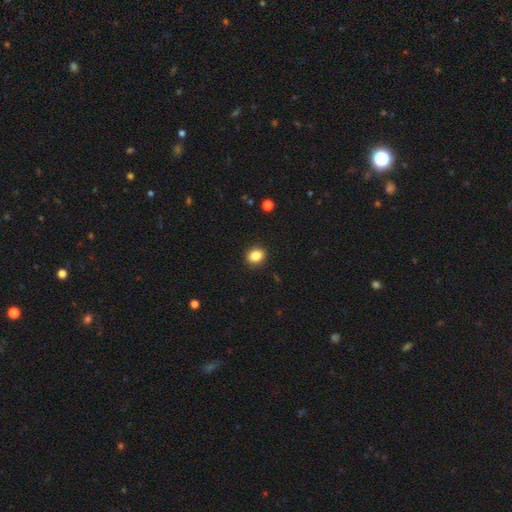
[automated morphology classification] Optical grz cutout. It shows a smooth galaxy with no disk features (86%) that is round (54%). Merging: none (91%).